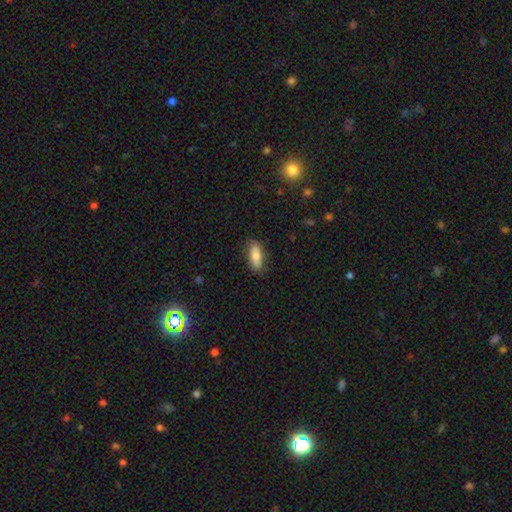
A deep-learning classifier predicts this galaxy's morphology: This appears to be a smooth galaxy with no disk features (76%) that is in between round and cigar-shaped (75%). Merging: none (81%).